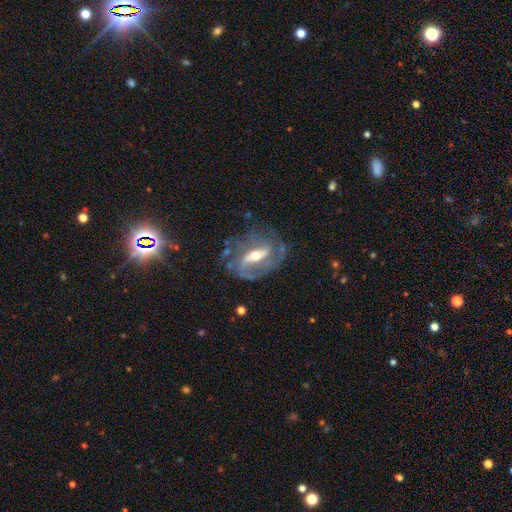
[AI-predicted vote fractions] Smooth or featured: featured or disk — 85% (smooth — 9%)
Edge-on disk: no — 92% (yes — 8%)
Bar: strong — 56% (weak — 29%)
Spiral arms: yes — 88% (no — 12%)
Spiral winding: medium — 45% (loose — 32%)
Spiral arm count: 2 — 74% (1 — 10%)
Bulge size: moderate — 62% (small — 31%)
Merging: none — 63% (minor disturbance — 19%)